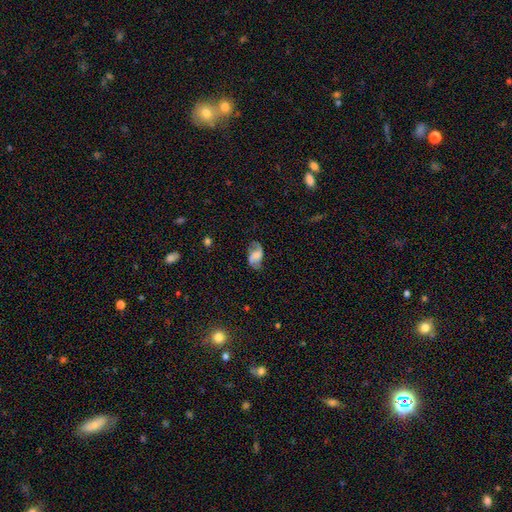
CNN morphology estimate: Smooth or featured?
  - featured or disk: 68% *
  - smooth: 24%
  - star or artifact: 8%
Edge-on disk?
  - no: 97% *
  - yes: 3%
Bar?
  - weak: 44% *
  - no: 38%
  - strong: 18%
Spiral arms?
  - yes: 92% *
  - no: 8%
Spiral winding?
  - loose: 57% *
  - medium: 32%
  - tight: 11%
Spiral arm count?
  - 2: 90% *
  - can't tell: 4%
  - 1: 2%
  - 3: 1%
  - 4: 1%
  - more than 4: 1%
Bulge size?
  - small: 32% *
  - moderate: 29%
  - none: 27%
  - large: 9%
  - dominant: 2%
Merging?
  - none: 72% *
  - minor disturbance: 18%
  - major disturbance: 8%
  - merger: 2%